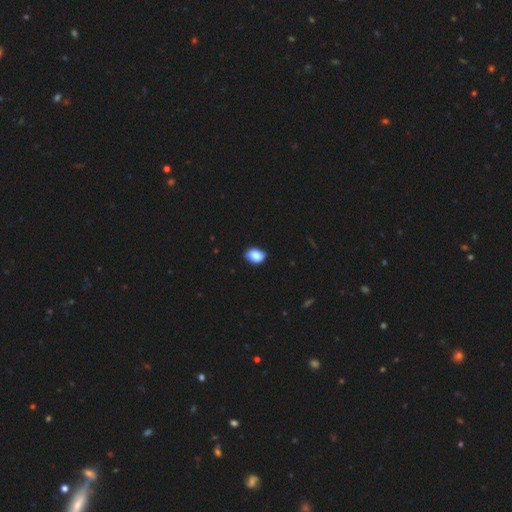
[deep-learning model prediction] Smooth or featured? smooth (85%)
How rounded? in between (77%)
Merging? none (82%)